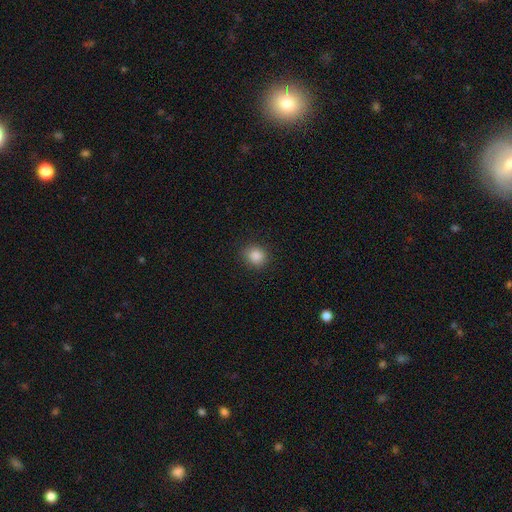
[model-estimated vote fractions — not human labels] Q: Smooth or featured?
A: smooth (86%); runner-up: star or artifact (10%)
Q: How rounded?
A: round (81%); runner-up: in between (18%)
Q: Merging?
A: none (89%); runner-up: minor disturbance (8%)